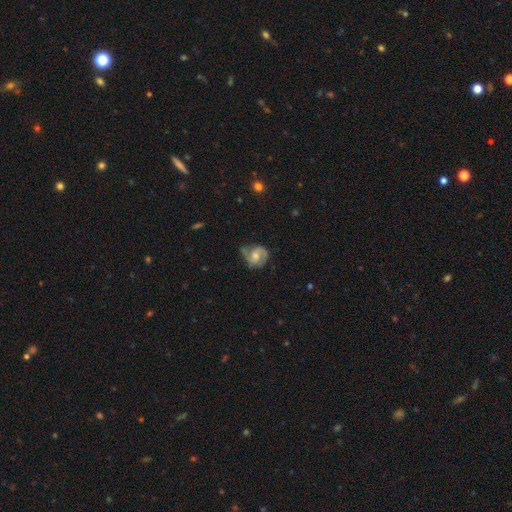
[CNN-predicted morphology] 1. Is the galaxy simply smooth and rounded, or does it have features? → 75% featured or disk, 18% smooth, 7% star or artifact.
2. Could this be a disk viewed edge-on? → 98% no, 2% yes.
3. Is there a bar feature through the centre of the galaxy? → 46% no, 44% weak, 10% strong.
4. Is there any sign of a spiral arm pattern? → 94% yes, 6% no.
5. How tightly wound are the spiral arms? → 50% medium, 28% tight, 23% loose.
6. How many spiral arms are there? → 82% 2, 7% can't tell, 4% 1, 4% 3, 1% 4, 1% more than 4.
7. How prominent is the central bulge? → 52% moderate, 30% small, 9% none, 8% large, 1% dominant.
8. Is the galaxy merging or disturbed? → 59% none, 26% minor disturbance, 12% major disturbance, 3% merger.